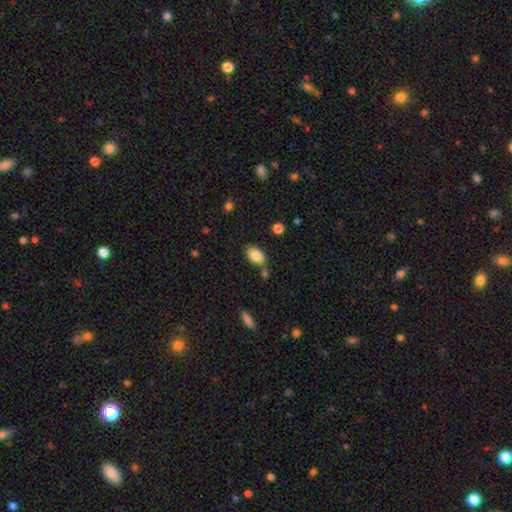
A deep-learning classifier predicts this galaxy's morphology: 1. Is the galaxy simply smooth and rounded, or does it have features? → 85% smooth, 7% featured or disk, 7% star or artifact.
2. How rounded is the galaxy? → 89% in between, 9% round, 1% cigar-shaped.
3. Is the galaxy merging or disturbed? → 69% none, 16% minor disturbance, 11% merger, 4% major disturbance.